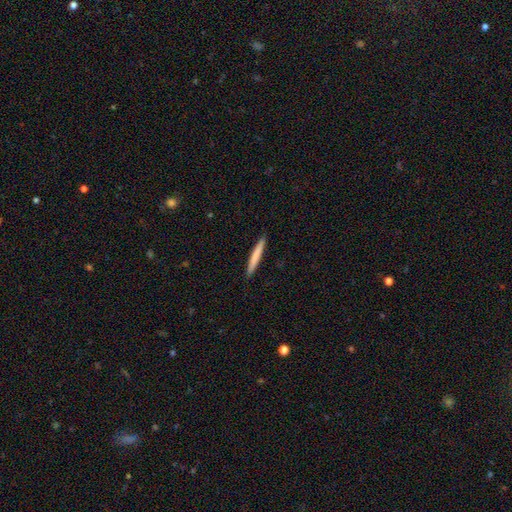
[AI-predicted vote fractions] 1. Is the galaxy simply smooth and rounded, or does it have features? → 74% smooth, 21% featured or disk, 5% star or artifact.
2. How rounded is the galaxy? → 96% cigar-shaped, 3% in between, 1% round.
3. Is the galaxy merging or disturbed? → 92% none, 6% minor disturbance, 1% major disturbance, 1% merger.